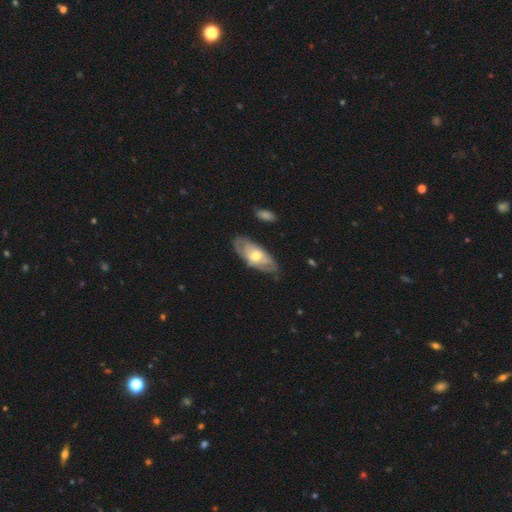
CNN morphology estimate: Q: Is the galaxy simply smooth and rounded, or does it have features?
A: featured or disk — 58%.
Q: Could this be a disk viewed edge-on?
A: no — 82%.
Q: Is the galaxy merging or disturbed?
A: none — 70%.